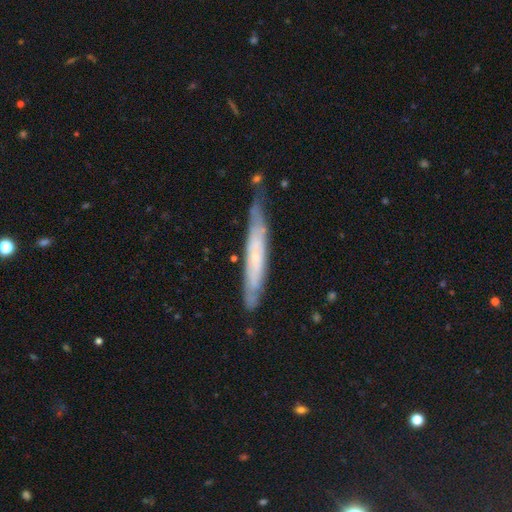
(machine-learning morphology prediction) smooth-or-featured: featured or disk: 62% | smooth: 31% | star or artifact: 7%
  disk-edge-on: yes: 67% | no: 33%
  merging: none: 69% | minor disturbance: 24% | major disturbance: 4% | merger: 3%